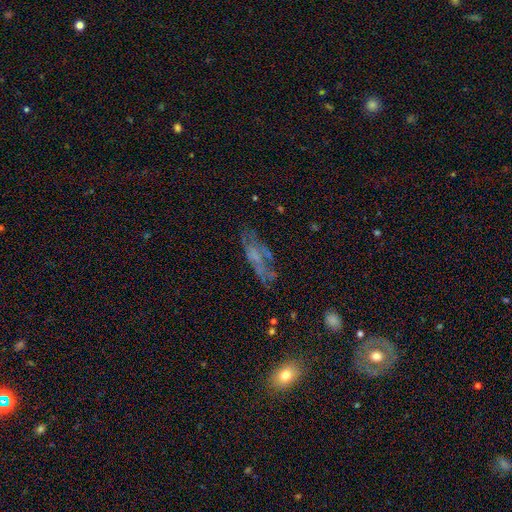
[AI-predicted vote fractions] Smooth or featured: featured or disk — 50% (smooth — 35%)
Merging: none — 52% (minor disturbance — 23%)